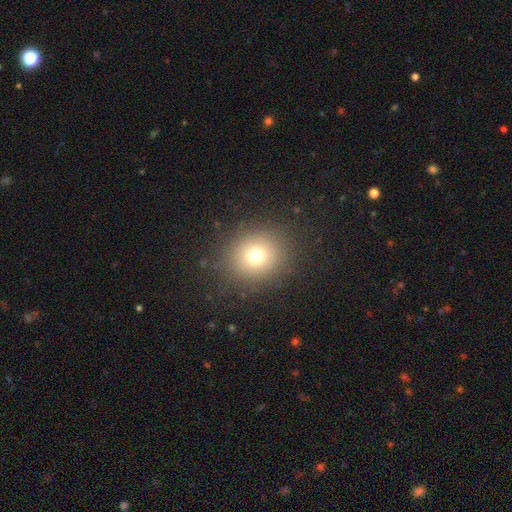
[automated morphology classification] Smooth or featured?
  - smooth: 72% *
  - star or artifact: 17%
  - featured or disk: 11%
How rounded?
  - round: 84% *
  - in between: 15%
  - cigar-shaped: 1%
Merging?
  - none: 87% *
  - minor disturbance: 8%
  - major disturbance: 5%
  - merger: 1%